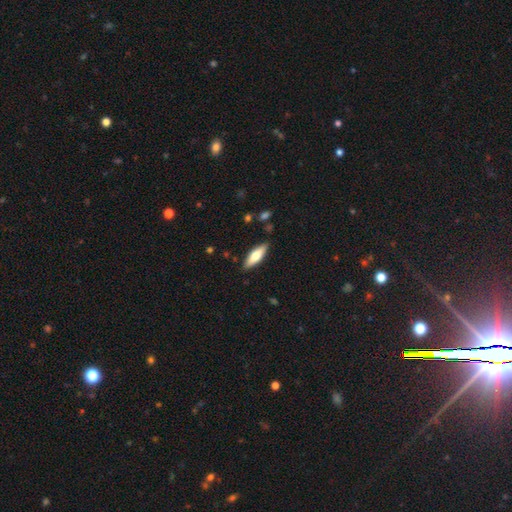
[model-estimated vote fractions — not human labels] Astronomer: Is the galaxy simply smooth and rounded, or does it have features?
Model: smooth — 61%.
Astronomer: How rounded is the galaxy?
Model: cigar-shaped — 49%, tied with in between at 49%.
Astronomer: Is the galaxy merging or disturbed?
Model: none — 87%.